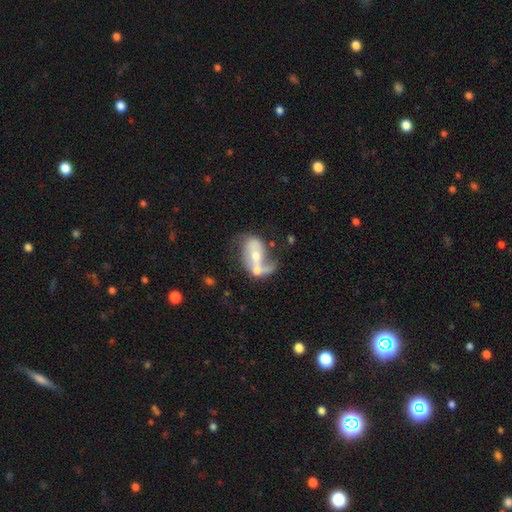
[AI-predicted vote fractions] smooth-or-featured: featured or disk: 62% | smooth: 31% | star or artifact: 8%
  disk-edge-on: no: 95% | yes: 5%
    bar: no: 52% | weak: 29% | strong: 19%
    has-spiral-arms: yes: 61% | no: 39%
    bulge-size: moderate: 50% | small: 40% | none: 5% | large: 4% | dominant: 1%
  merging: merger: 40% | none: 23% | major disturbance: 22% | minor disturbance: 15%